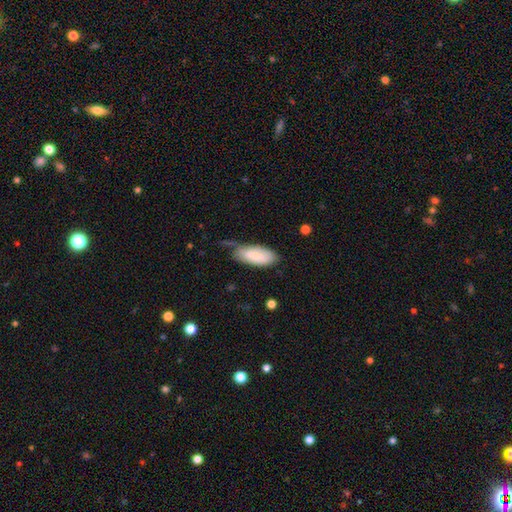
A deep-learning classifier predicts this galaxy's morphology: Overall: smooth (73%). How rounded: in between (86%). Merging: none (50%; minor disturbance 34%).